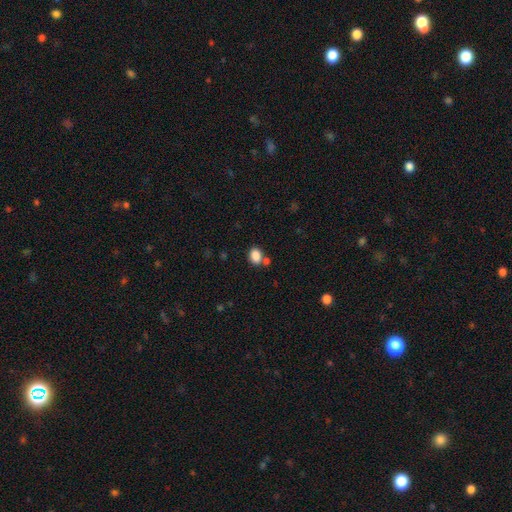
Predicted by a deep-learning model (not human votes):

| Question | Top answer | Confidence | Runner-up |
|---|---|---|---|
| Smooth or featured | smooth | 86% | star or artifact (9%) |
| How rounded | in between | 67% | round (32%) |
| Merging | none | 64% | merger (20%) |